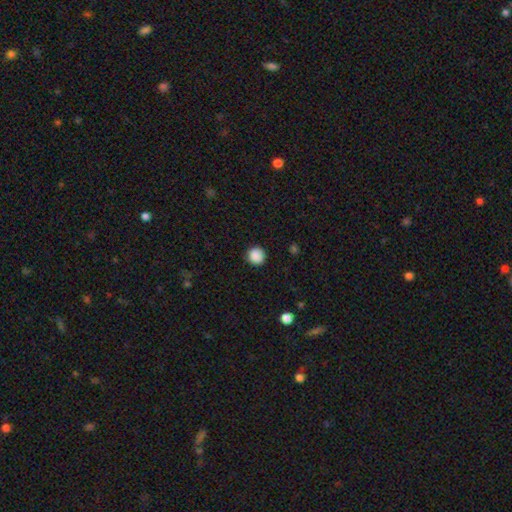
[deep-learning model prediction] smooth-or-featured: smooth: 88% | star or artifact: 9% | featured or disk: 3%
  how-rounded: round: 93% | in between: 6% | cigar-shaped: 1%
  merging: none: 90% | minor disturbance: 7% | major disturbance: 2% | merger: 1%